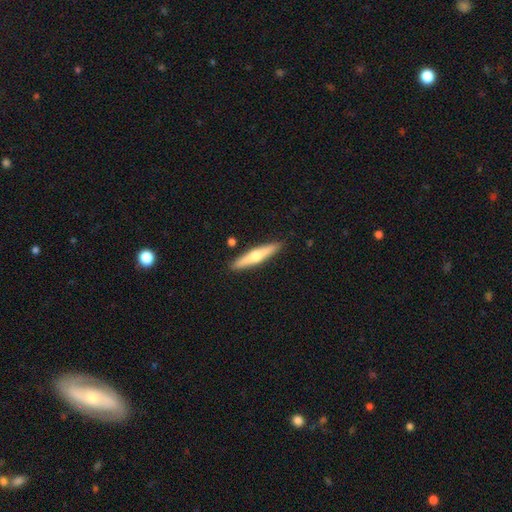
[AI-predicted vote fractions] smooth_or_featured: featured or disk (p=0.54) [alt: smooth p=0.41]
disk_edge_on: yes (p=0.96) [alt: no p=0.04]
edge_on_bulge: rounded (p=0.90) [alt: none p=0.07]
merging: none (p=0.90) [alt: minor disturbance p=0.07]